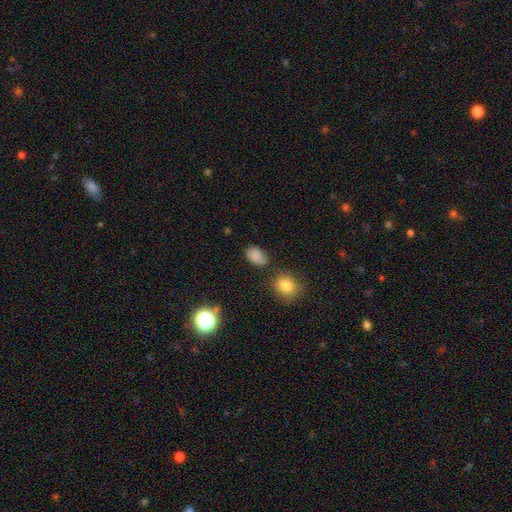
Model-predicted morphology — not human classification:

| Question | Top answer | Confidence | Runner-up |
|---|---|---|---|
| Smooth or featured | smooth | 80% | star or artifact (12%) |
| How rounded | in between | 81% | round (18%) |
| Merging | none | 66% | minor disturbance (23%) |